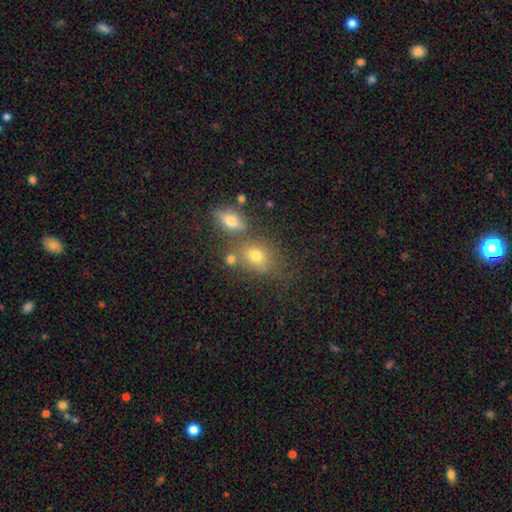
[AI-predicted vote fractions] A smooth galaxy with no disk features (67%) that is in between round and cigar-shaped (53%).

Vote fractions:
- Smooth or featured? smooth: 67% / featured or disk: 17% / star or artifact: 16%
- How rounded? in between: 53% / round: 44% / cigar-shaped: 3%
- Merging? none: 52% / merger: 28% / minor disturbance: 14% / major disturbance: 7%